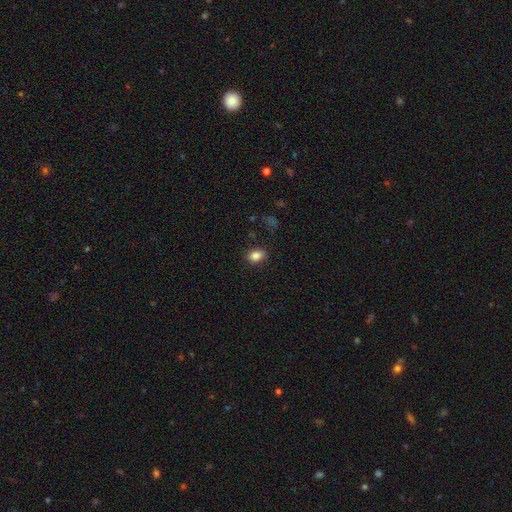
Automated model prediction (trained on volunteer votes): Smooth or featured? smooth (86%)
How rounded? in between (68%)
Merging? none (86%)